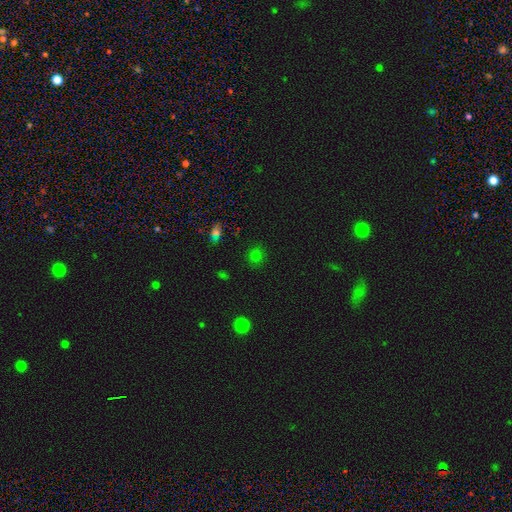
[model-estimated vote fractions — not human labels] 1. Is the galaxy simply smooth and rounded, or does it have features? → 73% smooth, 22% star or artifact, 6% featured or disk.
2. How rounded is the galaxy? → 84% round, 15% in between, 1% cigar-shaped.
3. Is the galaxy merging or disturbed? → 87% none, 9% minor disturbance, 3% major disturbance, 2% merger.